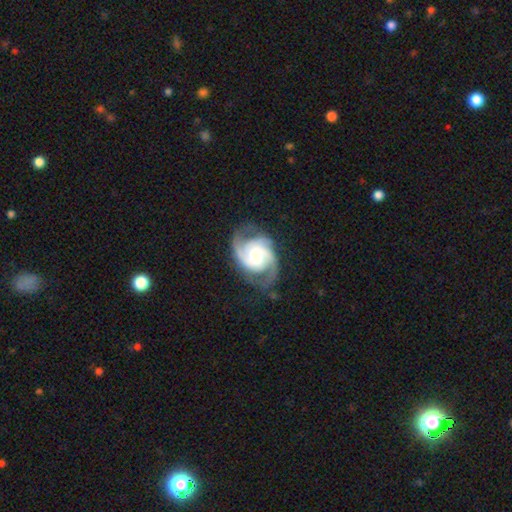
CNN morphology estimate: Overall: featured or disk (90%). Edge-on disk: no (98%). Bar: no (60%; weak 32%). Spiral arms: yes (98%). Spiral arm count: 2 (59%; 3 26%). Spiral winding: medium (50%; tight 38%). Bulge size: moderate (63%). Merging: none (70%).